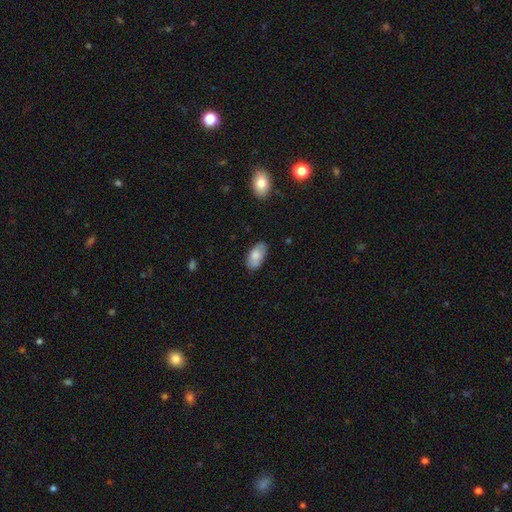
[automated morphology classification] Q: Smooth or featured?
A: smooth (75%); runner-up: featured or disk (19%)
Q: How rounded?
A: in between (94%); runner-up: round (3%)
Q: Merging?
A: none (77%); runner-up: minor disturbance (17%)